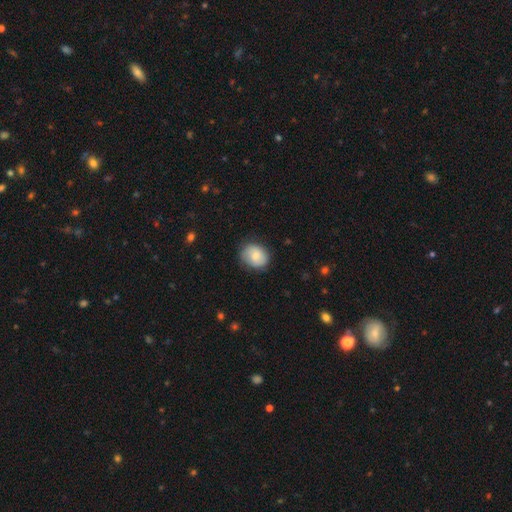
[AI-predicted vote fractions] Overall: smooth (79%). How rounded: round (51%; in between 48%). Merging: none (77%).